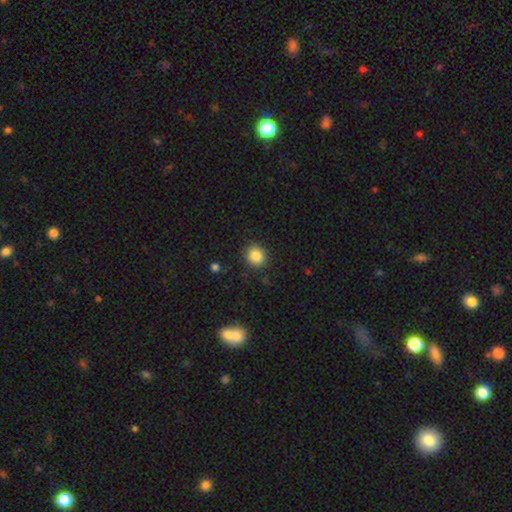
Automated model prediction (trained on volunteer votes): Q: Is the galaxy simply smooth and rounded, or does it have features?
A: smooth — 85%.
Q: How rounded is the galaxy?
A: round — 85%.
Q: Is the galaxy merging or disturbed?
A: none — 89%.